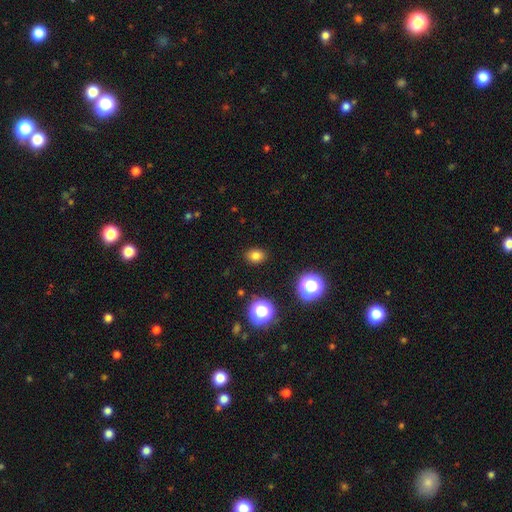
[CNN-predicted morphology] Q: Smooth or featured?
A: smooth (78%); runner-up: star or artifact (16%)
Q: How rounded?
A: in between (55%); runner-up: round (44%)
Q: Merging?
A: none (88%); runner-up: minor disturbance (8%)